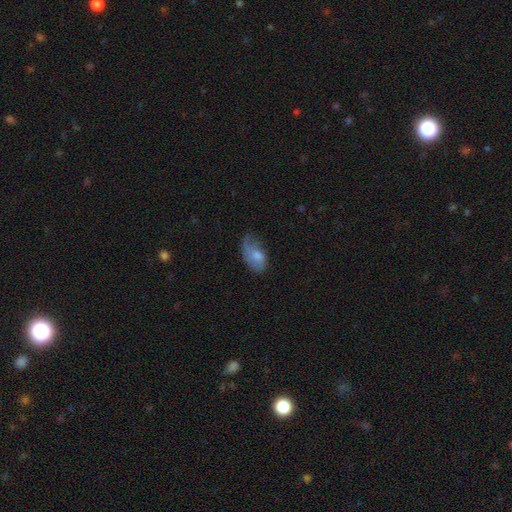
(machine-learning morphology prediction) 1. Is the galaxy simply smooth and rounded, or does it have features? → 59% smooth, 34% featured or disk, 7% star or artifact.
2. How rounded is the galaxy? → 91% in between, 6% round, 2% cigar-shaped.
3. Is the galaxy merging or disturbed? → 35% none (tied), 35% minor disturbance (tied), 28% major disturbance, 2% merger.